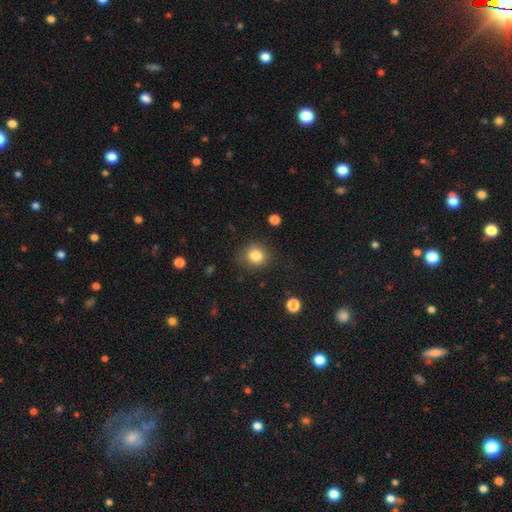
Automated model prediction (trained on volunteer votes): Smooth or featured? Predicted: smooth (p=0.84). How rounded? Predicted: round (p=0.83). Merging? Predicted: none (p=0.84).